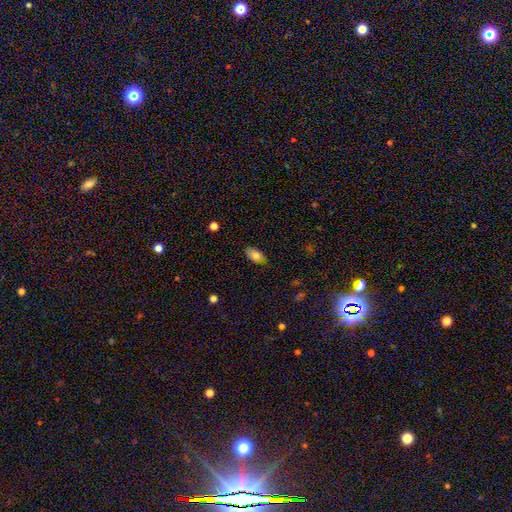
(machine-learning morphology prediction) Smooth or featured? smooth (76%)
How rounded? in between (91%)
Merging? none (79%)